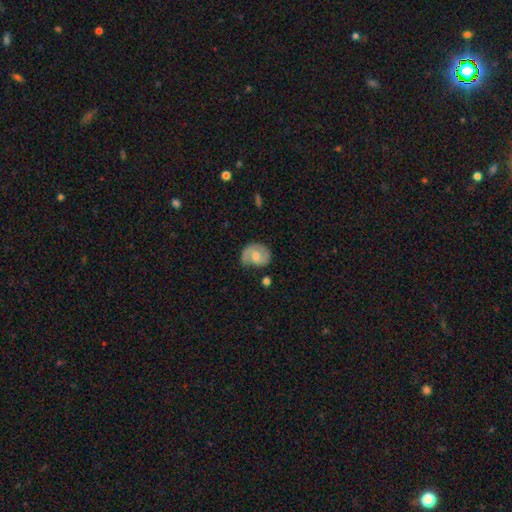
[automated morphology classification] type=featured or disk (59%); edge-on=no (97%); bar=no (56%); spiral arms=yes (87%); bulge=moderate (51%); merging=none (52%).